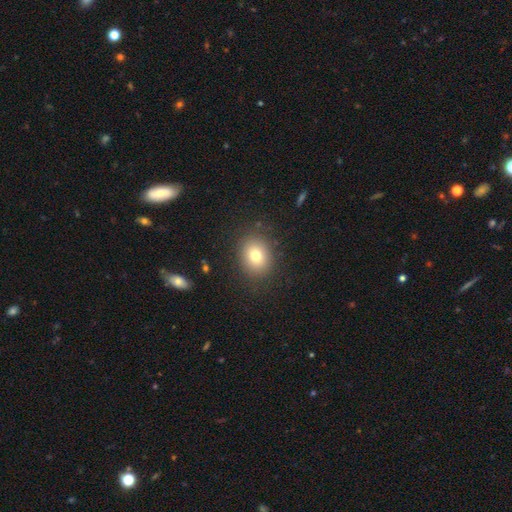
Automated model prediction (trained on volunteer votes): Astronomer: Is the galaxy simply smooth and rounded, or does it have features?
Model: smooth — 76%.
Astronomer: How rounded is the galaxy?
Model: round — 58% (runner-up: in between, 41%).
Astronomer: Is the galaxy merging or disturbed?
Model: none — 87%.